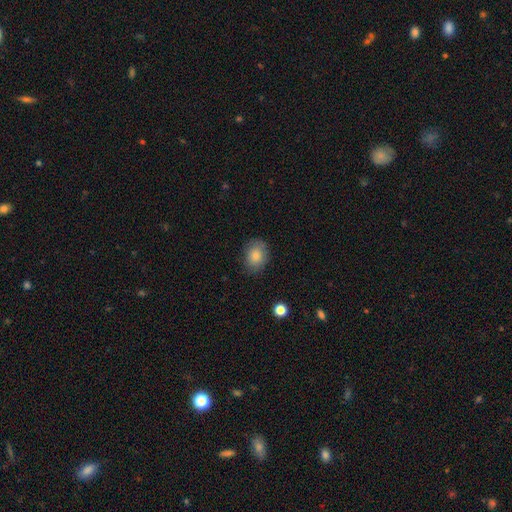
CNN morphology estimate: This is clearly a smooth galaxy (83%). How rounded: likely in between (61%). Merging: likely none (80%).